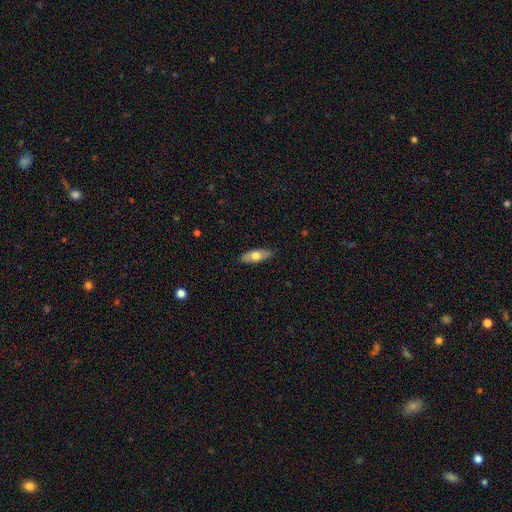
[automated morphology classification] Smooth or featured: smooth — 62% (featured or disk — 32%)
How rounded: in between — 66% (cigar-shaped — 32%)
Merging: none — 88% (minor disturbance — 9%)